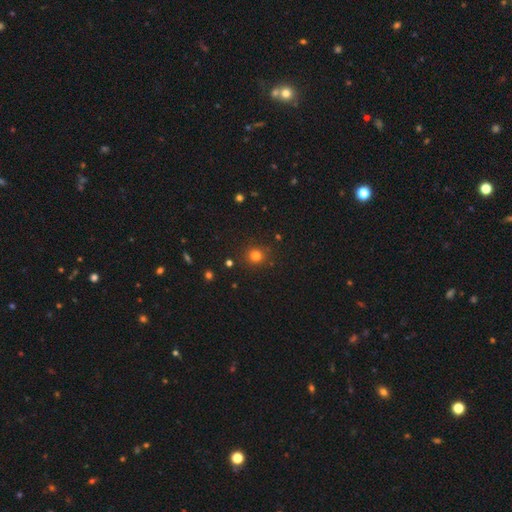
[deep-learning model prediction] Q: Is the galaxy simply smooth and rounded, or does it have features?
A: smooth — 80%.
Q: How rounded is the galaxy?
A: round — 90%.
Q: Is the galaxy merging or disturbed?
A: none — 88%.